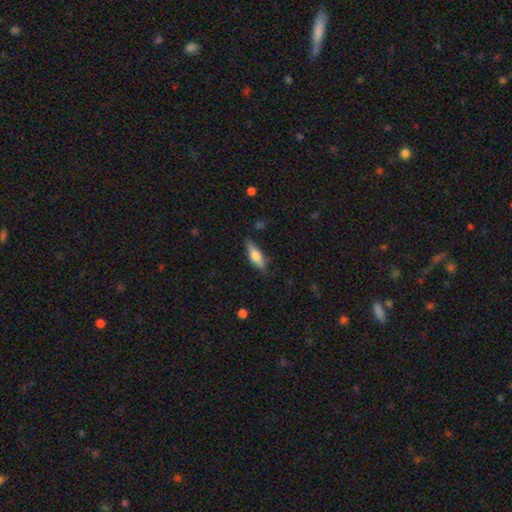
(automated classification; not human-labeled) Overall: smooth (64%; featured or disk 30%). How rounded: in between (55%; cigar-shaped 43%). Merging: none (80%).